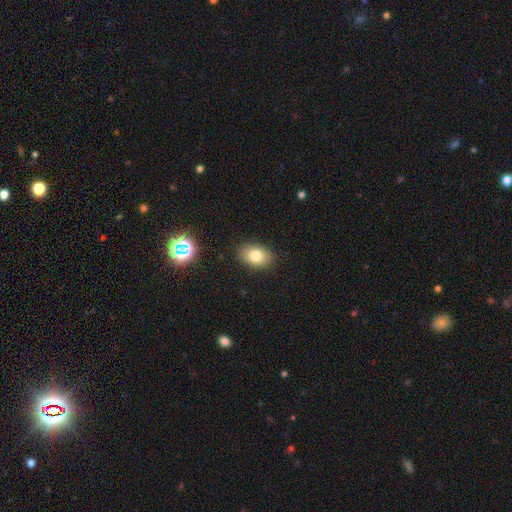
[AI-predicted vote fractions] smooth 79%, star or artifact 11%, featured or disk 10%. Down the decision tree: how rounded — in between (81%); merging — none (86%).